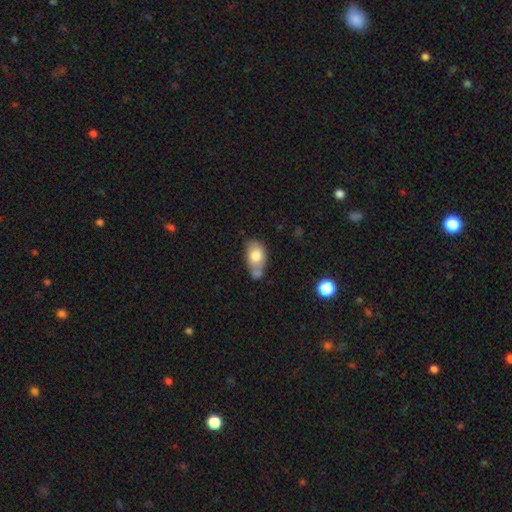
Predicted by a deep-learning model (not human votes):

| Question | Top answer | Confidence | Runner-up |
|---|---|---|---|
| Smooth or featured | smooth | 75% | featured or disk (17%) |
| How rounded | in between | 86% | round (11%) |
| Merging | none | 37% | merger (29%) |